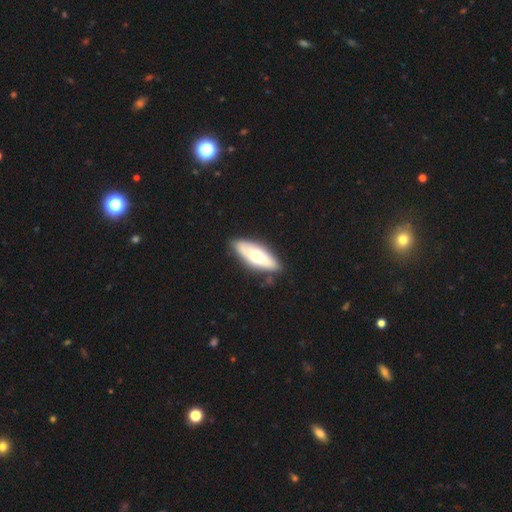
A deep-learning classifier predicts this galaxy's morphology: The model was most divided on "smooth or featured": smooth: 54%, featured or disk: 40%, star or artifact: 5%. More confident: merging — none (84%); how rounded — in between (63%).